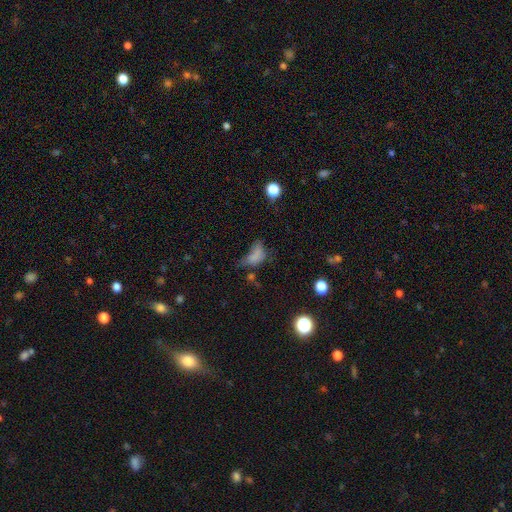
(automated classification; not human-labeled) Smooth or featured: smooth — 66% (featured or disk — 17%)
How rounded: in between — 85% (round — 10%)
Merging: major disturbance — 39% (minor disturbance — 25%)